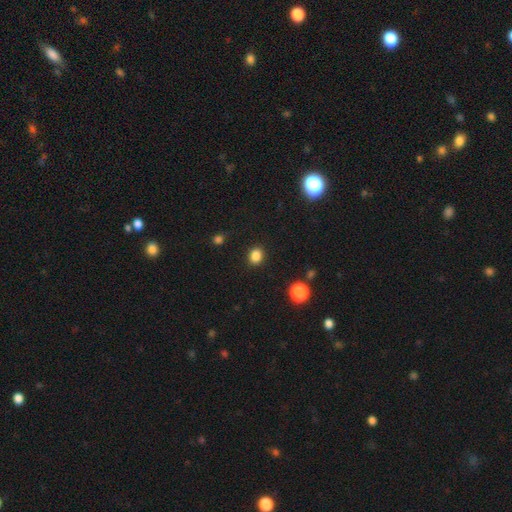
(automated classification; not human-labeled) This is clearly a smooth galaxy (85%). How rounded: likely round (61%). Merging: clearly none (89%).